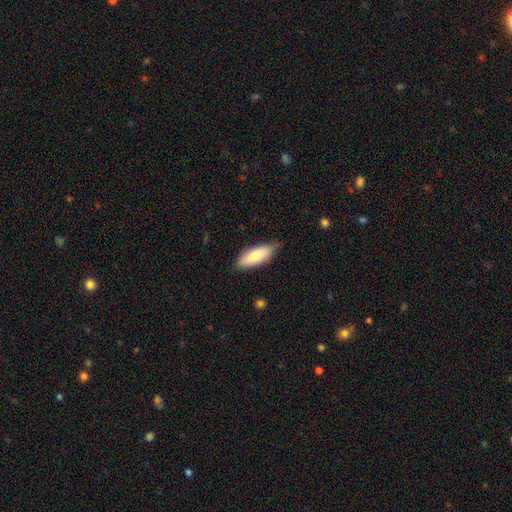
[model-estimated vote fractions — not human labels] A smooth galaxy with no disk features (76%) that is in between round and cigar-shaped (71%).

Vote fractions:
- Smooth or featured? smooth: 76% / featured or disk: 19% / star or artifact: 6%
- How rounded? in between: 71% / cigar-shaped: 27% / round: 2%
- Merging? none: 77% / minor disturbance: 19% / major disturbance: 3% / merger: 1%